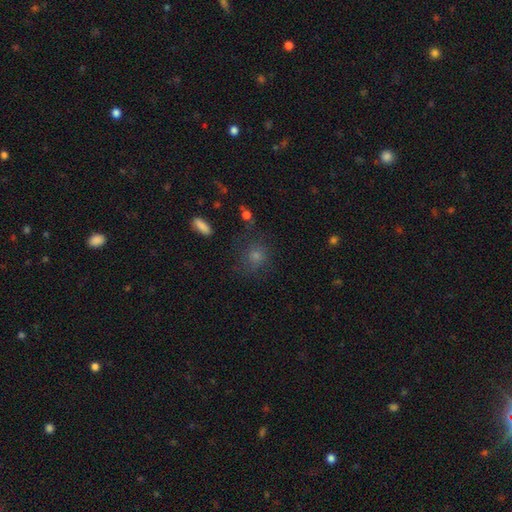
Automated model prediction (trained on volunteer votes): The model was most divided on "smooth or featured": smooth: 57%, star or artifact: 28%, featured or disk: 15%. More confident: how rounded — round (80%); merging — none (72%).